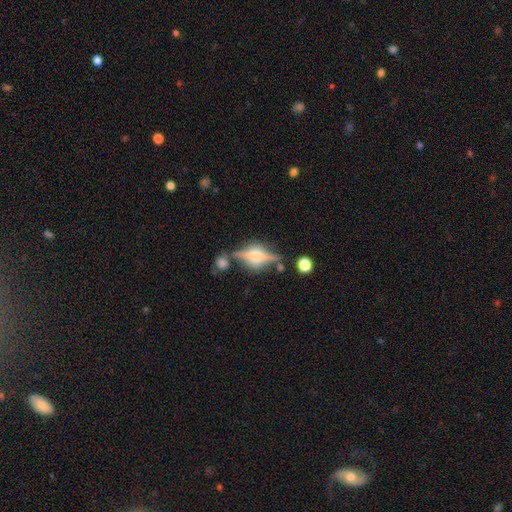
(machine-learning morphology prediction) Smooth or featured? featured or disk (73%)
Edge-on disk? yes (93%)
Edge-on bulge? rounded (91%)
Merging? none (72%)